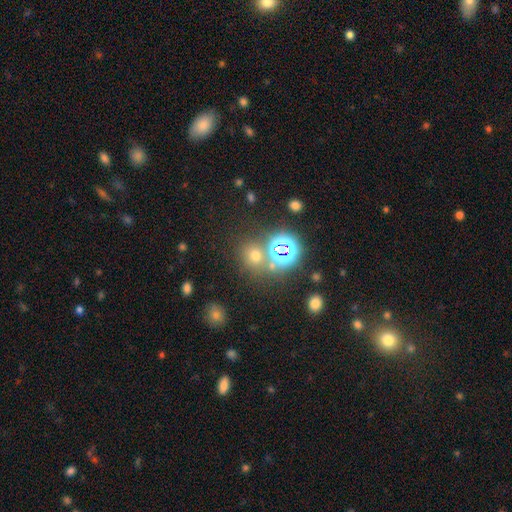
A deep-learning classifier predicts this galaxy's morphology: Smooth or featured: smooth — 53% (star or artifact — 38%)
How rounded: round — 82% (in between — 17%)
Merging: none — 69% (merger — 18%)